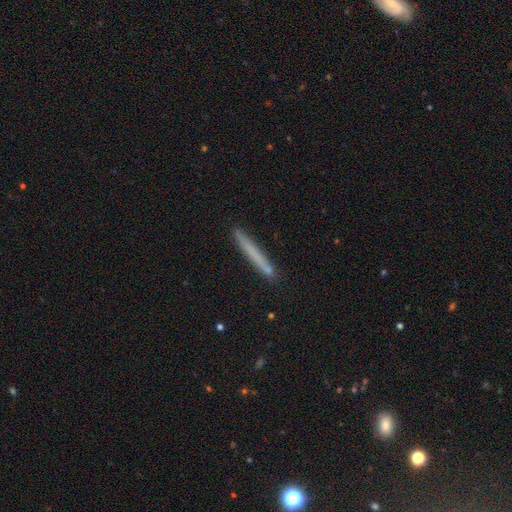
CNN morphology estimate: The model was most divided on "smooth or featured": smooth: 67%, featured or disk: 26%, star or artifact: 7%. More confident: how rounded — cigar-shaped (97%); merging — none (90%).